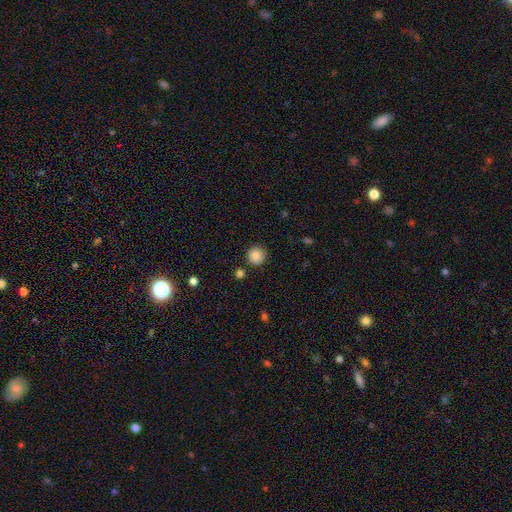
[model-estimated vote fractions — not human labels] Morphology: type=smooth (87%); roundness=round (93%); merging=none (86%).